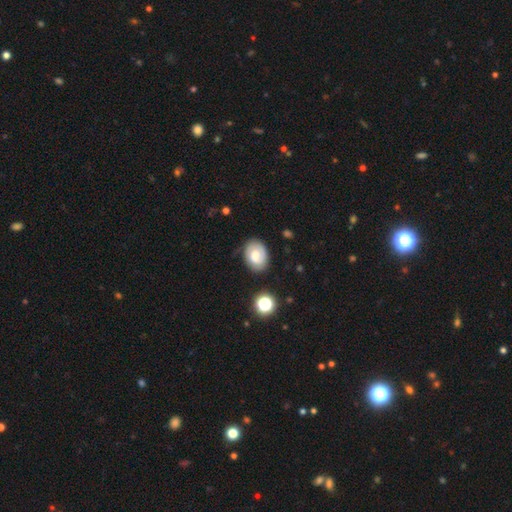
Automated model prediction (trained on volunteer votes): smooth-or-featured: smooth: 64% | featured or disk: 27% | star or artifact: 9%
  how-rounded: in between: 74% | round: 25% | cigar-shaped: 1%
  merging: none: 76% | minor disturbance: 17% | major disturbance: 4% | merger: 2%